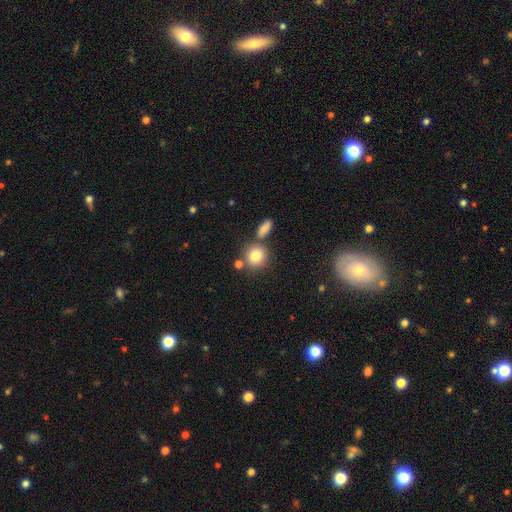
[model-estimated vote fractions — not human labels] A smooth galaxy with no disk features (81%) that is round (82%). Merging: none (65%).